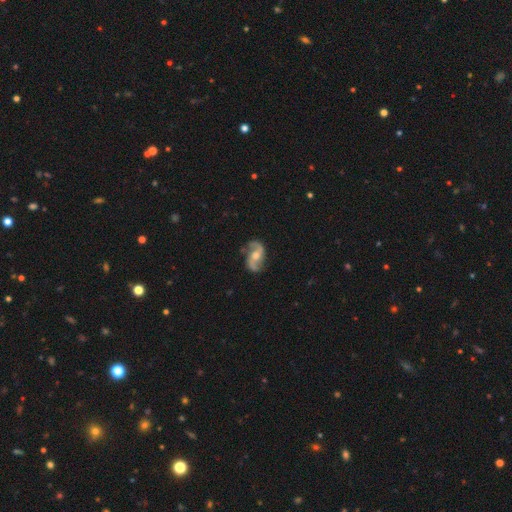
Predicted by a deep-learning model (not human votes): Smooth or featured: featured or disk — 88% (smooth — 7%)
Edge-on disk: no — 97% (yes — 3%)
Bar: no — 49% (weak — 39%)
Spiral arms: yes — 97% (no — 3%)
Spiral winding: loose — 51% (medium — 40%)
Spiral arm count: 2 — 93% (can't tell — 2%)
Bulge size: moderate — 65% (small — 22%)
Merging: none — 77% (minor disturbance — 15%)